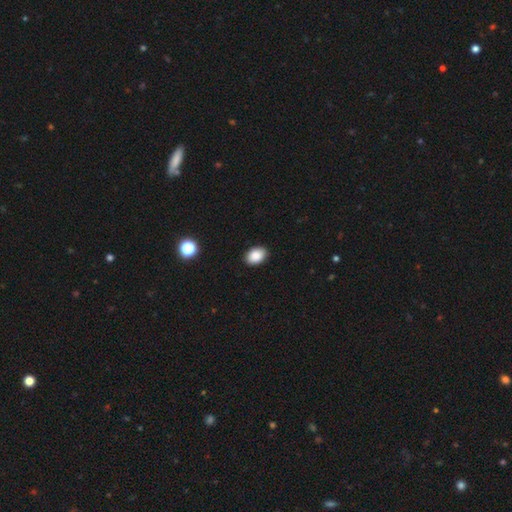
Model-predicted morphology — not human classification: smooth_or_featured: smooth (p=0.88) [alt: star or artifact p=0.08]
how_rounded: in between (p=0.83) [alt: round p=0.16]
merging: none (p=0.89) [alt: minor disturbance p=0.08]